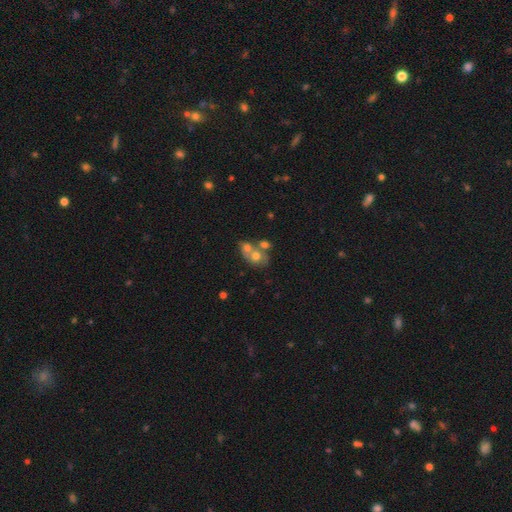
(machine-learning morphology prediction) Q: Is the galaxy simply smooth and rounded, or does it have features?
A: smooth — 57%.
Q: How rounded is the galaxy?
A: round — 52%.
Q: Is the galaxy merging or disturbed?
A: merger — 58%.